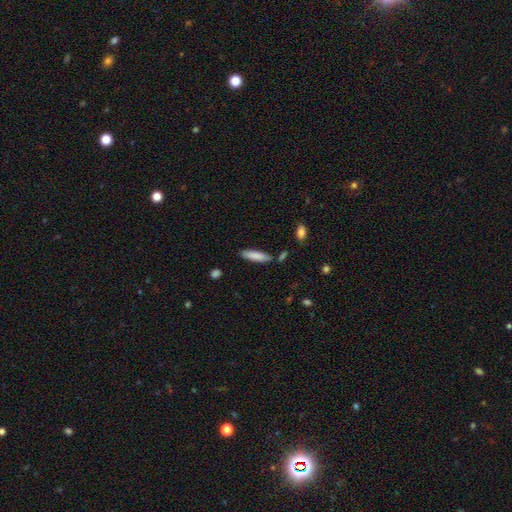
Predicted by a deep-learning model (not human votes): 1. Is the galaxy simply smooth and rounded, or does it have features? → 83% smooth, 11% featured or disk, 6% star or artifact.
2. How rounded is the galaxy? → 72% cigar-shaped, 27% in between, 1% round.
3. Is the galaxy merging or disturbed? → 81% none, 12% minor disturbance, 5% merger, 2% major disturbance.